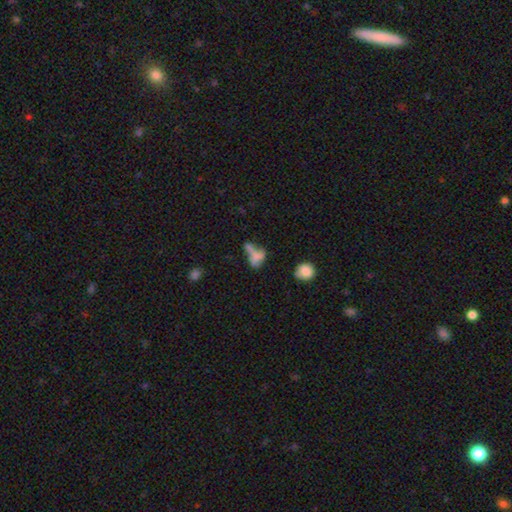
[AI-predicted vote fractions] This is possibly a smooth galaxy (56%). How rounded: likely in between (74%). Merging: marginally merger (39%).